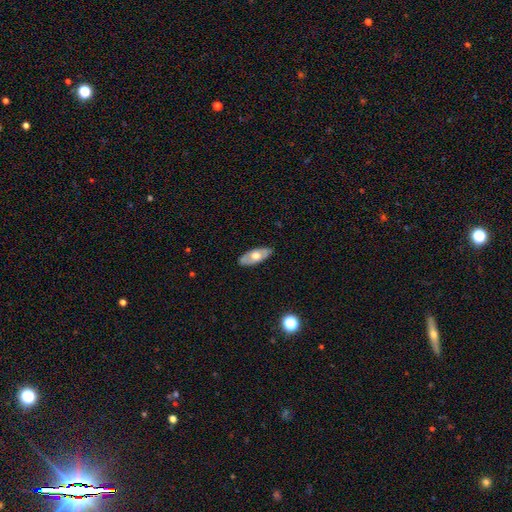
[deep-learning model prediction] Smooth or featured?
  - smooth: 53% *
  - featured or disk: 41%
  - star or artifact: 6%
How rounded?
  - in between: 85% *
  - cigar-shaped: 12%
  - round: 3%
Merging?
  - none: 85% *
  - minor disturbance: 11%
  - major disturbance: 2%
  - merger: 1%